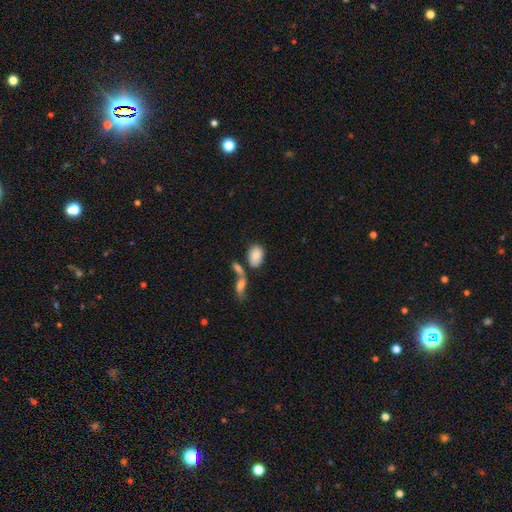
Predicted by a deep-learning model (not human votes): Q: Smooth or featured?
A: smooth (81%); runner-up: featured or disk (11%)
Q: How rounded?
A: in between (87%); runner-up: round (11%)
Q: Merging?
A: none (47%); runner-up: merger (33%)